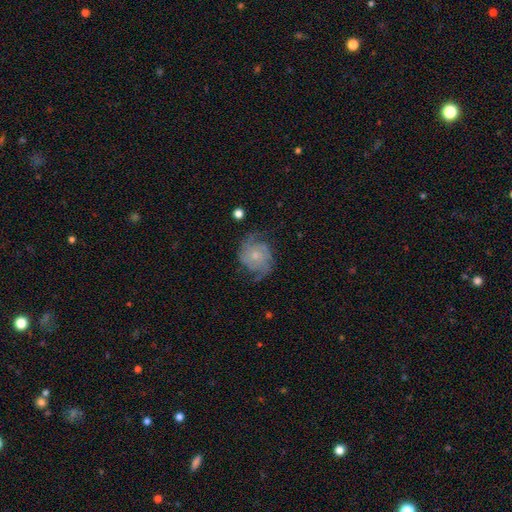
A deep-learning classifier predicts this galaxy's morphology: This appears to be a featured or disk galaxy (74%) with no bar (79%), 2 (56%) medium (40%) spiral arms (91%) and a small central bulge (67%). Merging: none (60%).